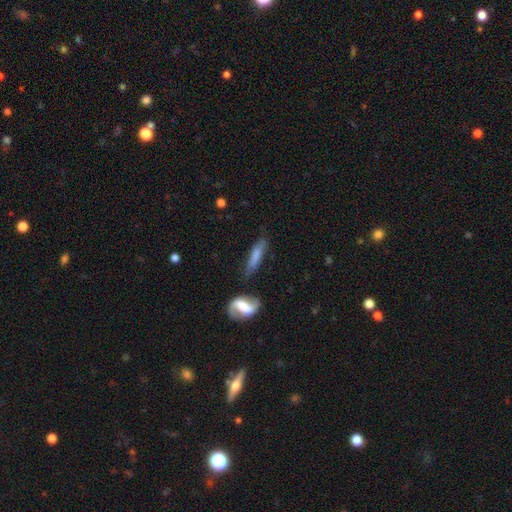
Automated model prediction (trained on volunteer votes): Morphology: type=smooth (61%); roundness=cigar-shaped (74%); merging=none (63%).